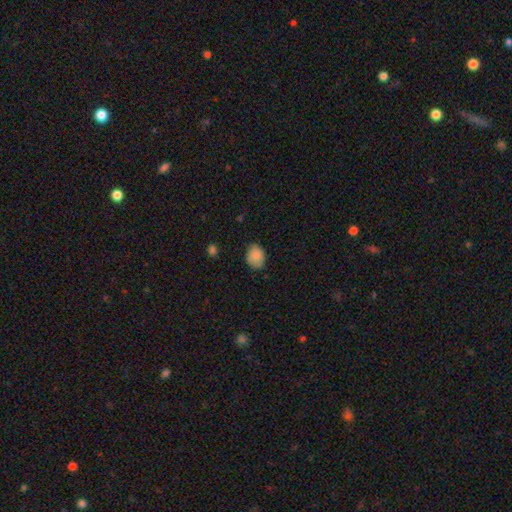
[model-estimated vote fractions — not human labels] smooth 86%, star or artifact 8%, featured or disk 6%. Down the decision tree: how rounded — in between (63%); merging — none (71%).